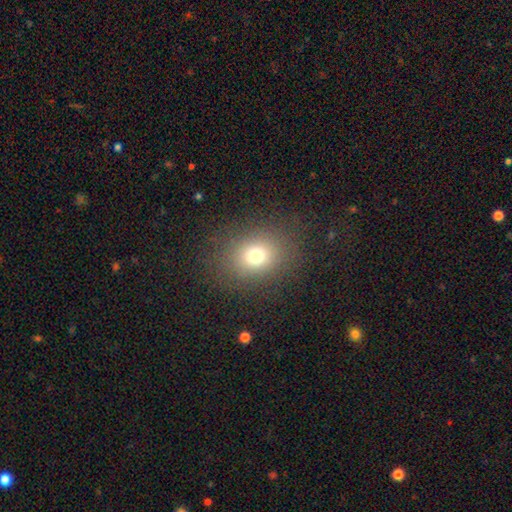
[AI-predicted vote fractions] The model was most divided on "how rounded": round: 61%, in between: 38%, cigar-shaped: 1%. More confident: merging — none (84%); smooth or featured — smooth (73%).